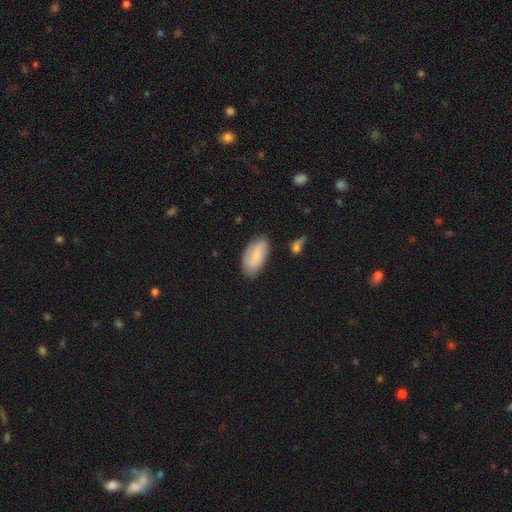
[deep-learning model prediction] Smooth or featured? Predicted: smooth (p=0.68). How rounded? Predicted: in between (p=0.93). Merging? Predicted: none (p=0.75).